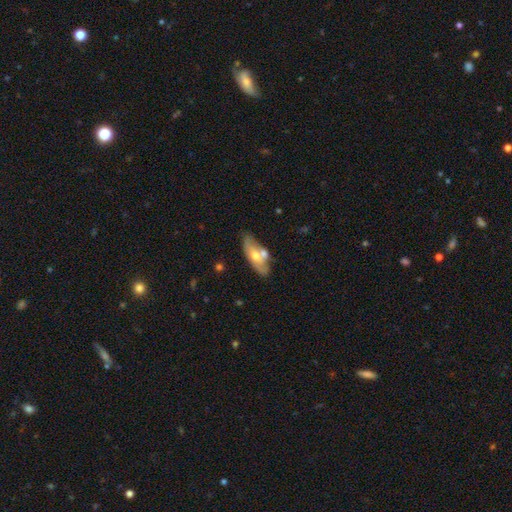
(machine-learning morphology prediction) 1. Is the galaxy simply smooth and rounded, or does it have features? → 49% smooth, 45% featured or disk, 6% star or artifact.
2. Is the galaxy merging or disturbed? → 54% none, 23% merger, 18% minor disturbance, 5% major disturbance.